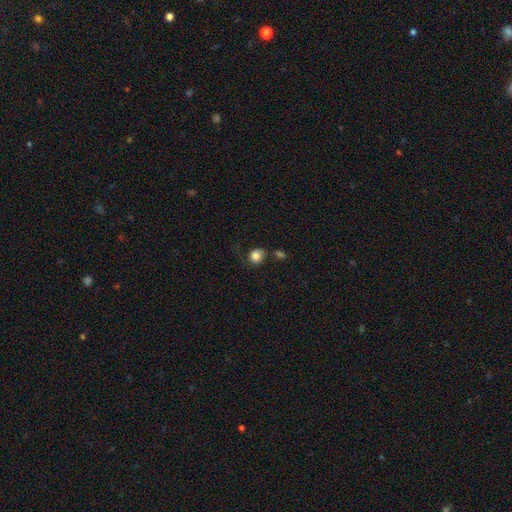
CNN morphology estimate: Smooth or featured? smooth (85%)
How rounded? round (79%)
Merging? none (66%)